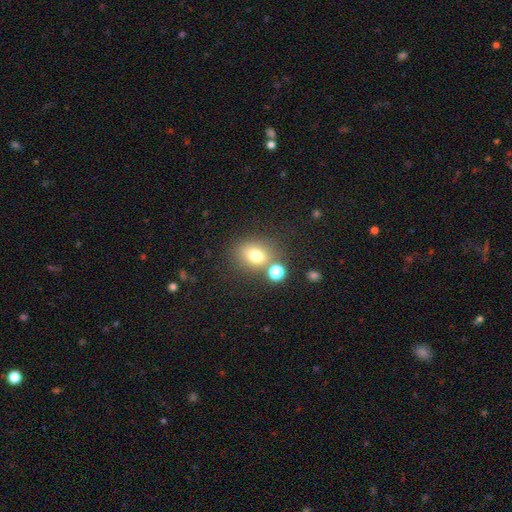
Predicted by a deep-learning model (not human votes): smooth_or_featured: smooth (p=0.73) [alt: star or artifact p=0.15]
how_rounded: round (p=0.57) [alt: in between p=0.42]
merging: none (p=0.67) [alt: merger p=0.15]